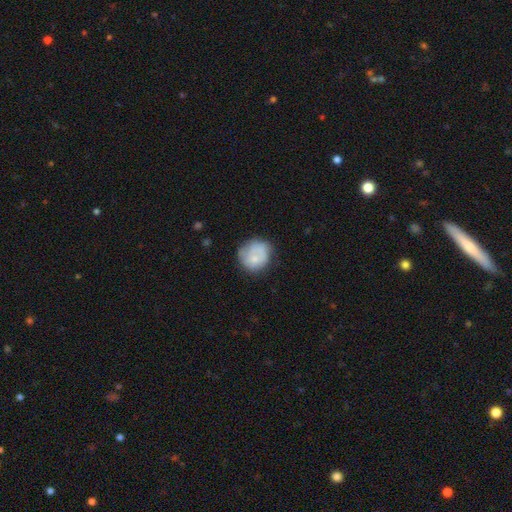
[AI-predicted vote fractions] Smooth or featured?
  - smooth: 64% *
  - featured or disk: 29%
  - star or artifact: 7%
How rounded?
  - round: 85% *
  - in between: 14%
  - cigar-shaped: 1%
Merging?
  - none: 55% *
  - minor disturbance: 26%
  - major disturbance: 11%
  - merger: 8%